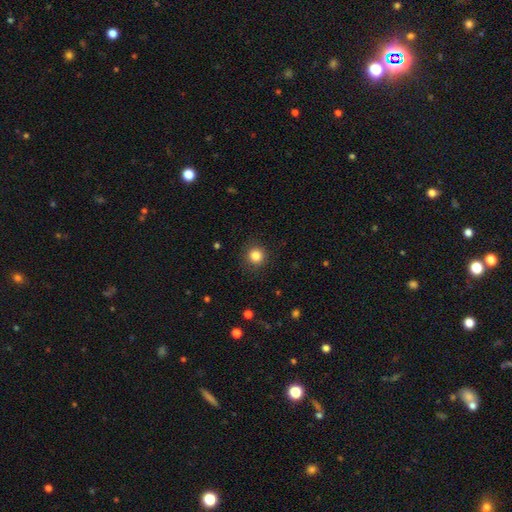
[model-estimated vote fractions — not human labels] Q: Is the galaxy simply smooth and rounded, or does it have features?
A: smooth — 84%.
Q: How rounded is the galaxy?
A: round — 94%.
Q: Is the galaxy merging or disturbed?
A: none — 90%.